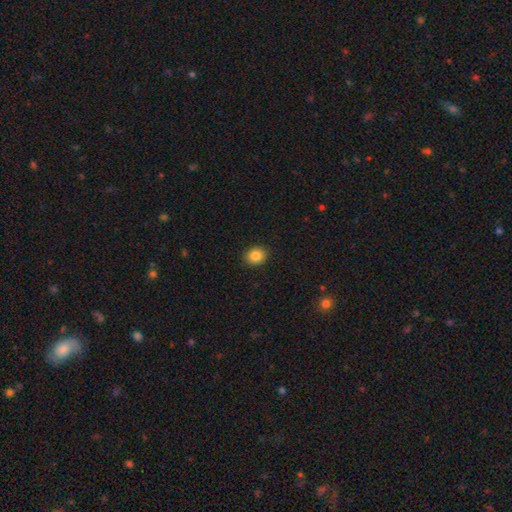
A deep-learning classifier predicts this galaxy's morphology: The model was most divided on "how rounded": round: 58%, in between: 41%, cigar-shaped: 1%. More confident: merging — none (90%); smooth or featured — smooth (86%).